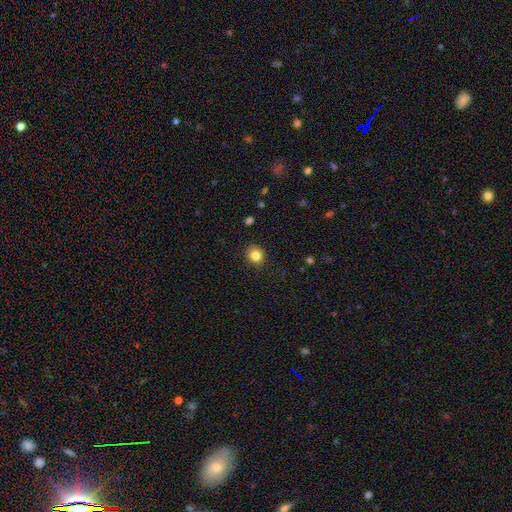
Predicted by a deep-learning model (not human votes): Smooth or featured: smooth — 83% (star or artifact — 11%)
How rounded: round — 80% (in between — 20%)
Merging: none — 86% (minor disturbance — 10%)